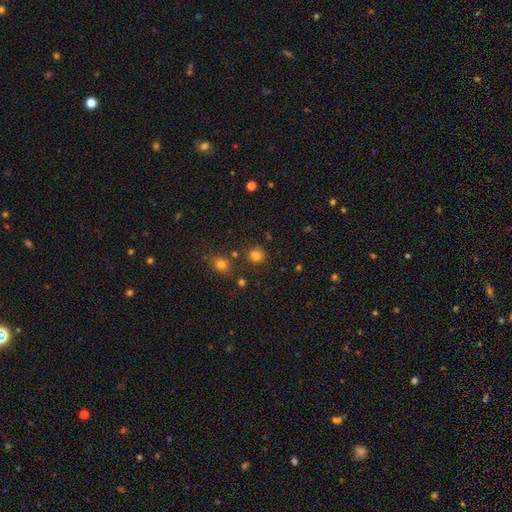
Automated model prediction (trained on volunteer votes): This appears to be a smooth galaxy with no disk features (79%) that is round (85%). Merging: none (79%).